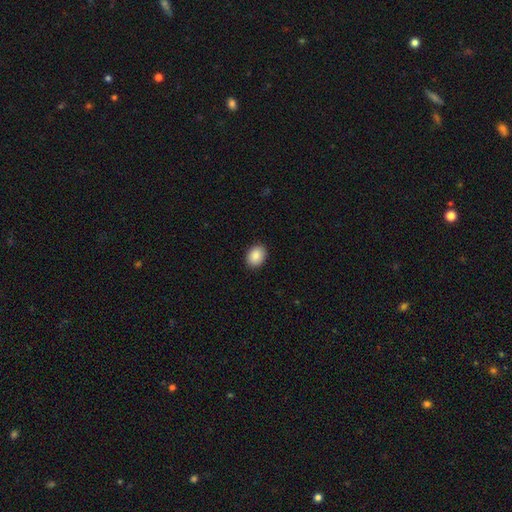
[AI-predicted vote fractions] Smooth or featured?
  - smooth: 89% *
  - star or artifact: 7%
  - featured or disk: 4%
How rounded?
  - in between: 65% *
  - round: 34%
  - cigar-shaped: 1%
Merging?
  - none: 91% *
  - minor disturbance: 7%
  - major disturbance: 2%
  - merger: 1%